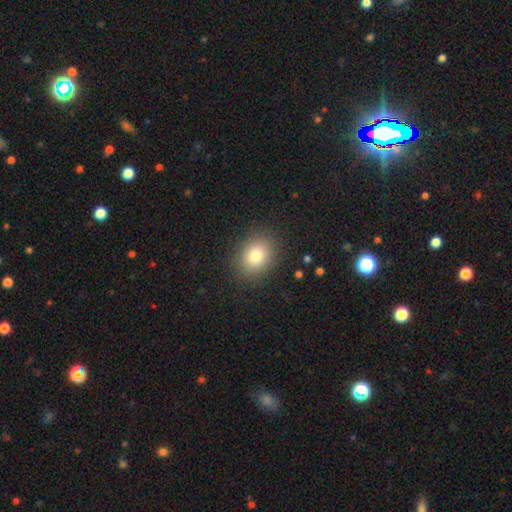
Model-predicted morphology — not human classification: Q: Smooth or featured?
A: smooth (81%); runner-up: star or artifact (10%)
Q: How rounded?
A: in between (52%); runner-up: round (48%)
Q: Merging?
A: none (87%); runner-up: minor disturbance (9%)